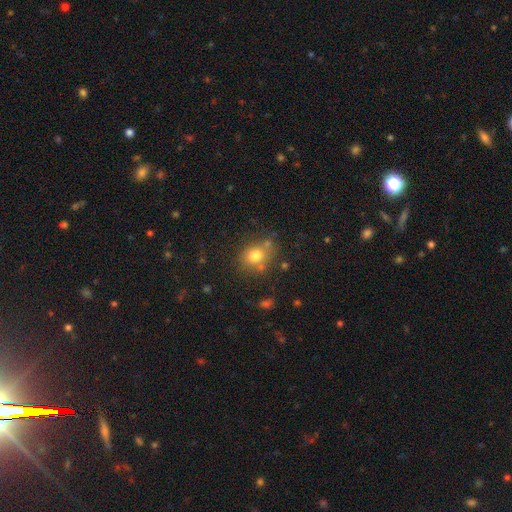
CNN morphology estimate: Q: Smooth or featured?
A: smooth (77%); runner-up: star or artifact (13%)
Q: How rounded?
A: round (66%); runner-up: in between (33%)
Q: Merging?
A: none (69%); runner-up: minor disturbance (15%)